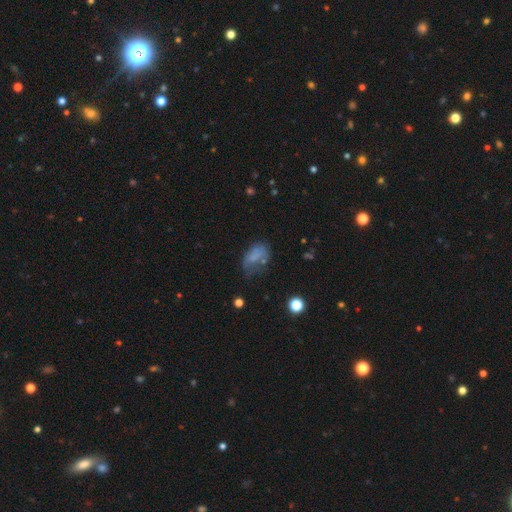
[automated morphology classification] Smooth or featured? smooth (59%)
How rounded? in between (87%)
Merging? major disturbance (33%)